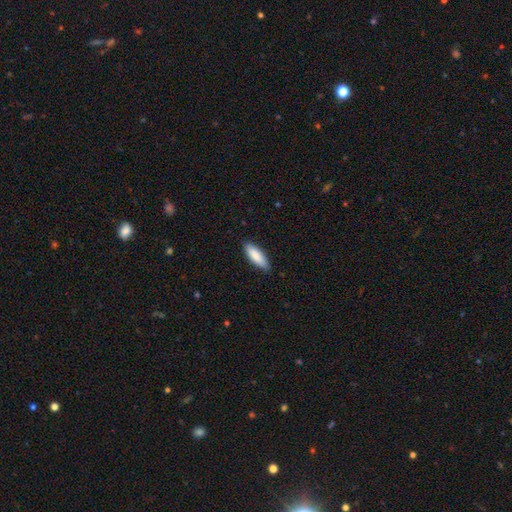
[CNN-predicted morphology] type=smooth (86%); roundness=in between (58%); merging=none (85%).